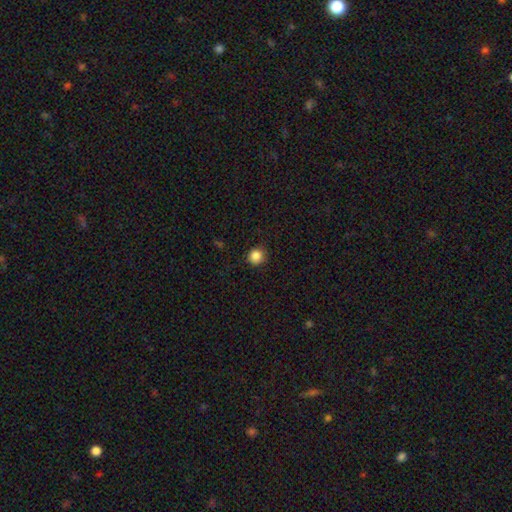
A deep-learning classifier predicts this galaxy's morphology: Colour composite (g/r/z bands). It shows a smooth galaxy with no disk features (86%) that is round (92%). Merging: none (88%).